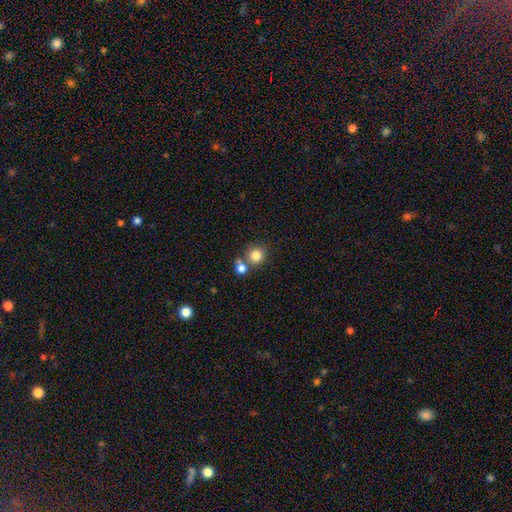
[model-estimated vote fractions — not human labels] A smooth galaxy with no disk features (81%) that is round (89%).

Vote fractions:
- Smooth or featured? smooth: 81% / star or artifact: 12% / featured or disk: 7%
- How rounded? round: 89% / in between: 10% / cigar-shaped: 1%
- Merging? none: 62% / merger: 28% / minor disturbance: 7% / major disturbance: 3%